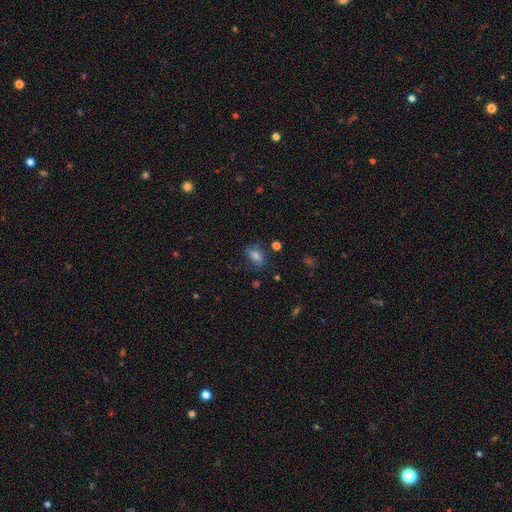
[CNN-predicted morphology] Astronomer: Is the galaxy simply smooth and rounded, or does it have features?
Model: smooth — 71%.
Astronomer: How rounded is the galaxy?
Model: in between — 79%.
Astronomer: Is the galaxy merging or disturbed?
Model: none — 64%.